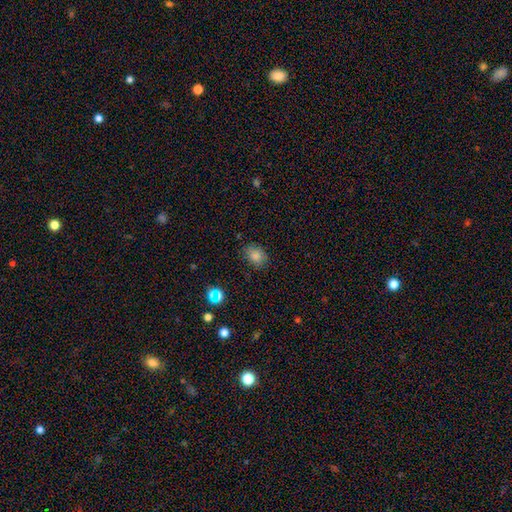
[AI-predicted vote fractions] Smooth or featured: smooth — 82% (star or artifact — 12%)
How rounded: in between — 65% (round — 34%)
Merging: none — 81% (minor disturbance — 14%)